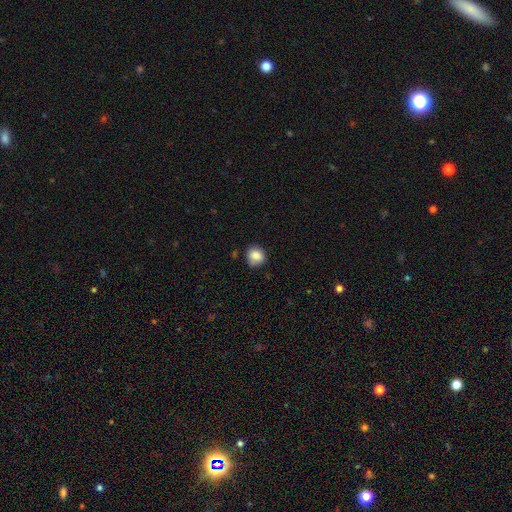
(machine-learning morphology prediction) Q: Smooth or featured?
A: smooth (84%); runner-up: star or artifact (9%)
Q: How rounded?
A: round (79%); runner-up: in between (20%)
Q: Merging?
A: none (75%); runner-up: minor disturbance (19%)